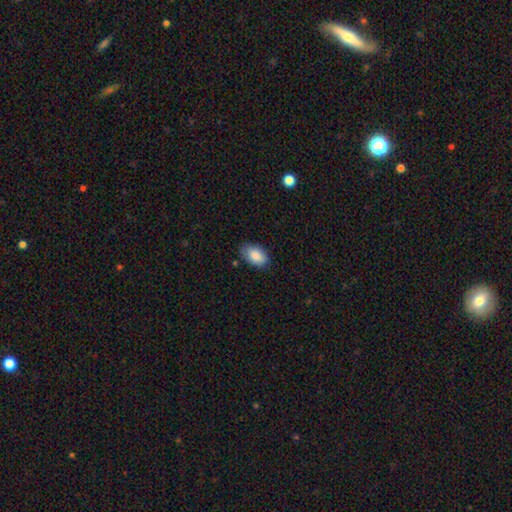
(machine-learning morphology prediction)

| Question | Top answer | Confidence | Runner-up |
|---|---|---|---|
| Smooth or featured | smooth | 87% | star or artifact (6%) |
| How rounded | in between | 93% | round (6%) |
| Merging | none | 78% | minor disturbance (17%) |